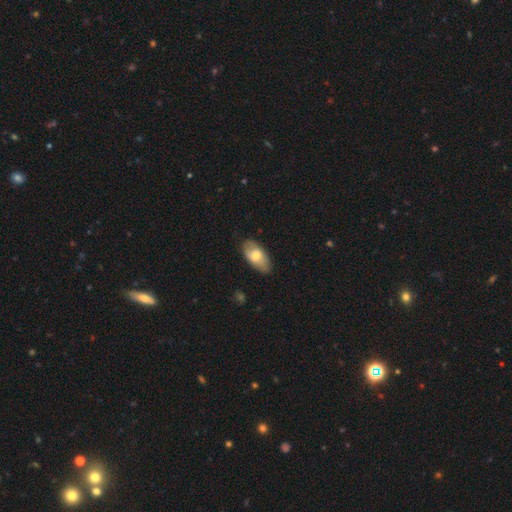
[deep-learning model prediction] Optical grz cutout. It shows a smooth galaxy with no disk features (68%) that is in between round and cigar-shaped (93%). Merging: none (81%).